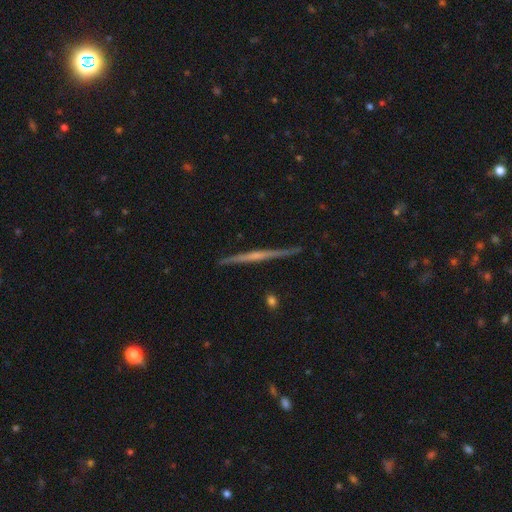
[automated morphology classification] smooth-or-featured: featured or disk: 73% | smooth: 21% | star or artifact: 6%
  disk-edge-on: yes: 98% | no: 2%
    edge-on-bulge: none: 49% | rounded: 40% | boxy: 10%
  merging: none: 89% | minor disturbance: 8% | major disturbance: 1% | merger: 1%